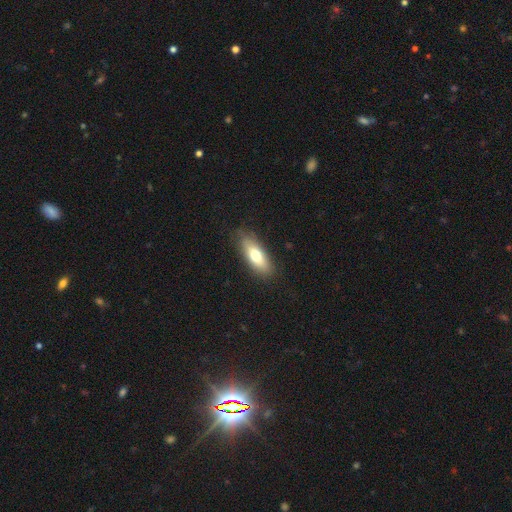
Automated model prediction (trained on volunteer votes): Overall: smooth (70%). How rounded: in between (71%). Merging: none (82%).